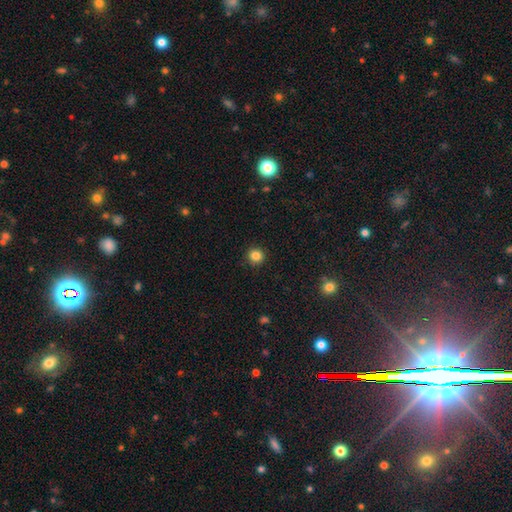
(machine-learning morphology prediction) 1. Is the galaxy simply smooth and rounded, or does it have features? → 84% smooth, 12% star or artifact, 4% featured or disk.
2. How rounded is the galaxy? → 92% round, 7% in between, 1% cigar-shaped.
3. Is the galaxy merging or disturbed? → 91% none, 6% minor disturbance, 2% major disturbance, 1% merger.